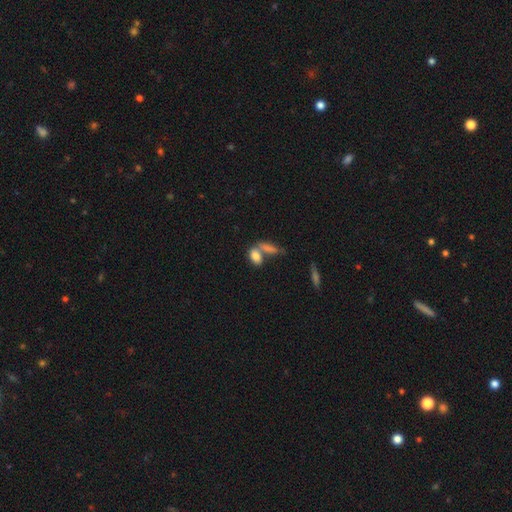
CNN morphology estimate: Q: Smooth or featured?
A: smooth (81%); runner-up: featured or disk (11%)
Q: How rounded?
A: in between (83%); runner-up: cigar-shaped (9%)
Q: Merging?
A: merger (48%); runner-up: none (38%)